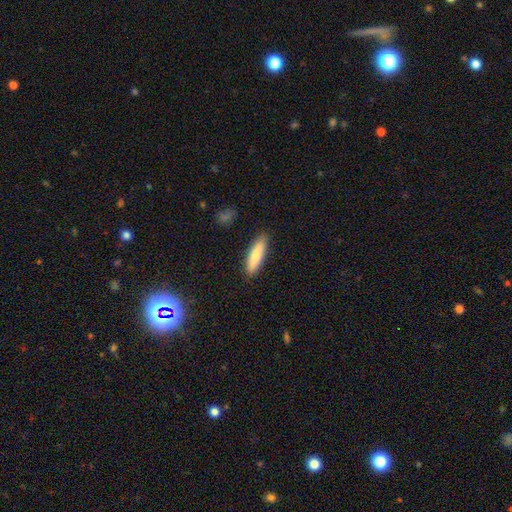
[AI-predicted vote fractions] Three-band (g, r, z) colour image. It shows a smooth galaxy with no disk features (79%) that is cigar-shaped (64%). Merging: none (88%).